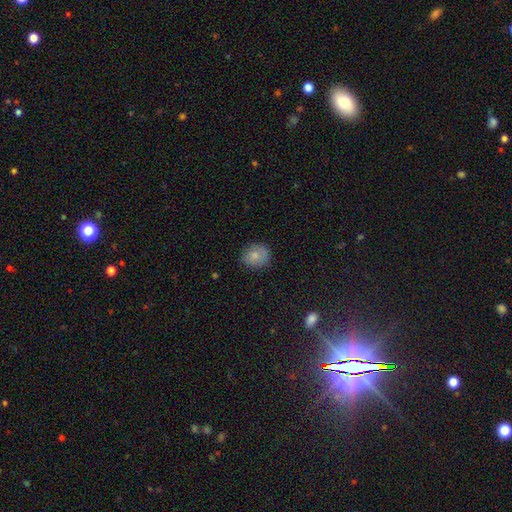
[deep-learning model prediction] A smooth galaxy with no disk features (78%) that is round (74%).

Vote fractions:
- Smooth or featured? smooth: 78% / featured or disk: 13% / star or artifact: 9%
- How rounded? round: 74% / in between: 25% / cigar-shaped: 1%
- Merging? none: 78% / minor disturbance: 17% / major disturbance: 4% / merger: 1%